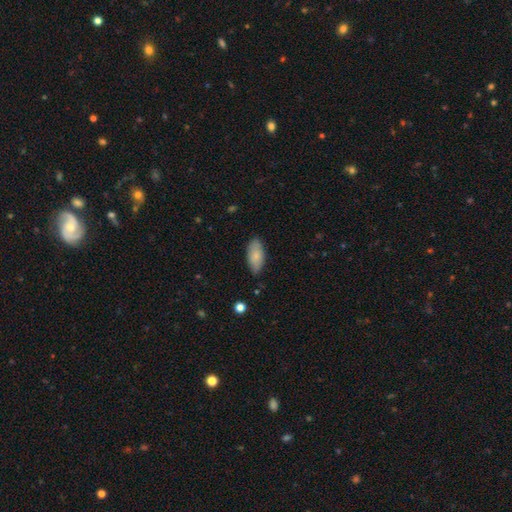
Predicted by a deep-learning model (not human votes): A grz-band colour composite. It shows a smooth galaxy with no disk features (81%) that is in between round and cigar-shaped (89%). Merging: none (79%).